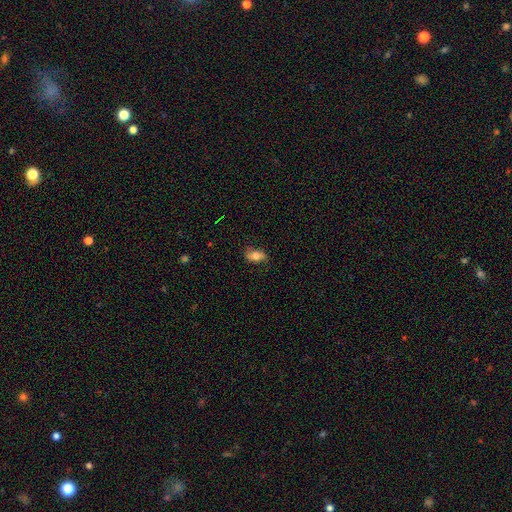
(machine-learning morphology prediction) This appears to be a smooth galaxy with no disk features (66%) that is in between round and cigar-shaped (85%). Merging: none (72%).